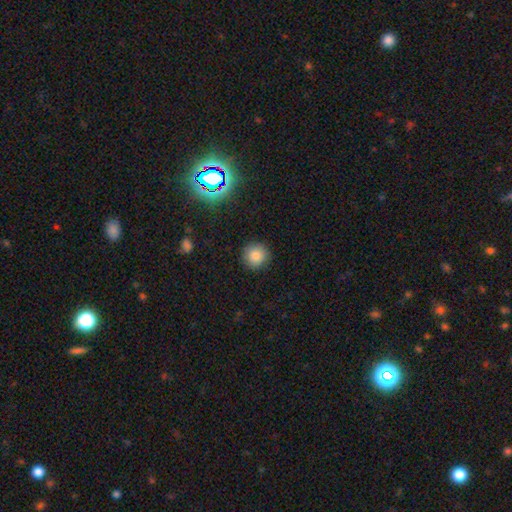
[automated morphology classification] Smooth or featured: smooth — 84% (star or artifact — 11%)
How rounded: round — 94% (in between — 5%)
Merging: none — 90% (minor disturbance — 7%)